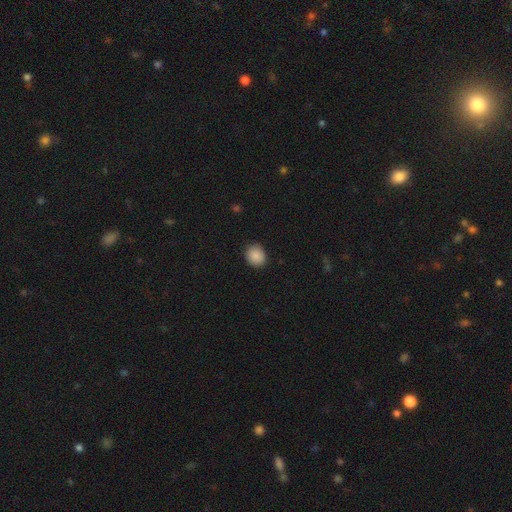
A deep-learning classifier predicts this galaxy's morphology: Smooth or featured: smooth — 89% (star or artifact — 8%)
How rounded: round — 71% (in between — 28%)
Merging: none — 88% (minor disturbance — 9%)